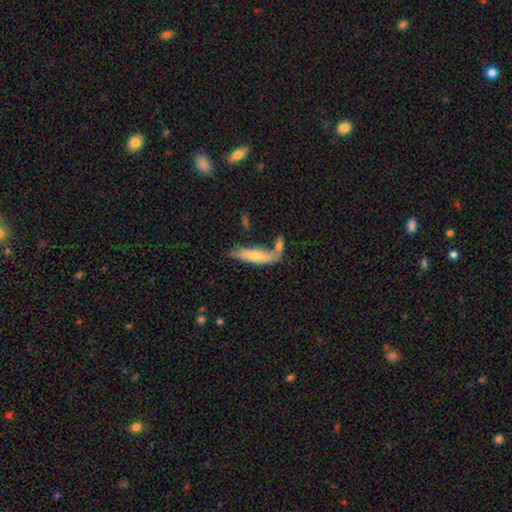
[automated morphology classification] Smooth or featured?
  - smooth: 65% *
  - featured or disk: 29%
  - star or artifact: 6%
How rounded?
  - cigar-shaped: 65% *
  - in between: 33%
  - round: 2%
Merging?
  - none: 49% *
  - merger: 27%
  - minor disturbance: 18%
  - major disturbance: 6%